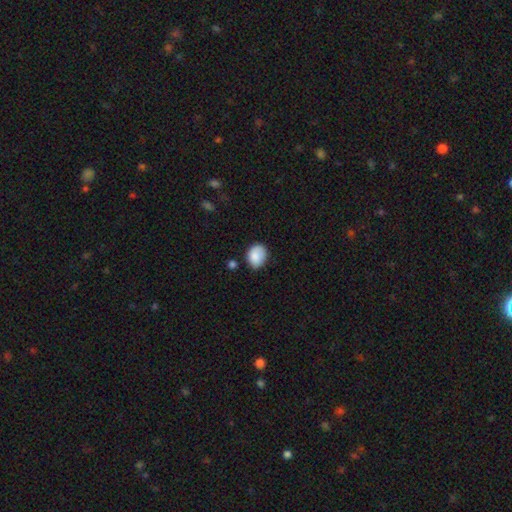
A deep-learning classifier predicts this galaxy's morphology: smooth_or_featured: smooth (p=0.85) [alt: star or artifact p=0.07]
how_rounded: in between (p=0.53) [alt: round p=0.46]
merging: none (p=0.69) [alt: minor disturbance p=0.23]